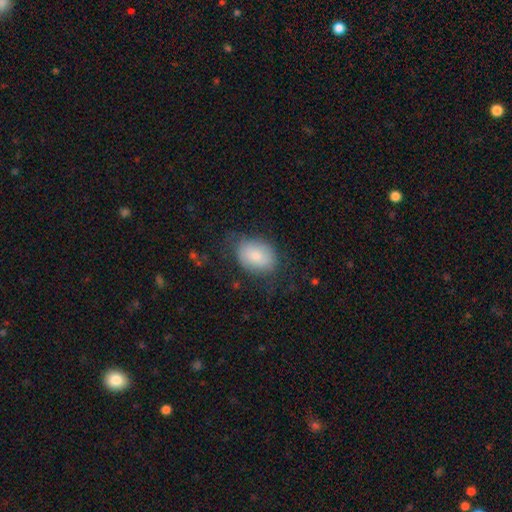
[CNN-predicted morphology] Smooth or featured: smooth — 80% (featured or disk — 13%)
How rounded: in between — 74% (round — 25%)
Merging: none — 67% (minor disturbance — 22%)